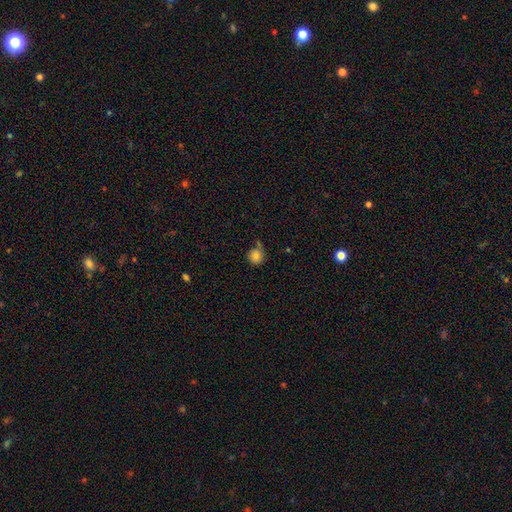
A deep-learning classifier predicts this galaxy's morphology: Smooth or featured: smooth — 82% (star or artifact — 11%)
How rounded: round — 92% (in between — 7%)
Merging: none — 65% (minor disturbance — 18%)